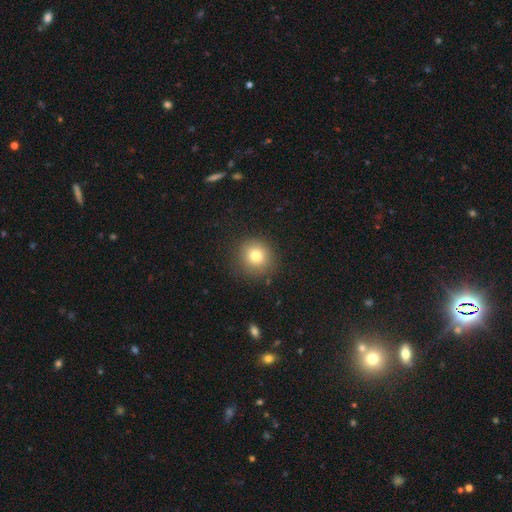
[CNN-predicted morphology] Smooth or featured?
  - smooth: 78% *
  - star or artifact: 12%
  - featured or disk: 10%
How rounded?
  - round: 91% *
  - in between: 8%
  - cigar-shaped: 1%
Merging?
  - none: 87% *
  - minor disturbance: 8%
  - major disturbance: 3%
  - merger: 1%